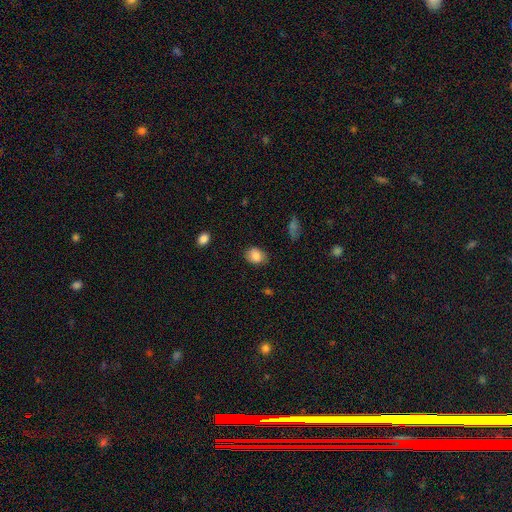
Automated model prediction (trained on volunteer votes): The model was most divided on "how rounded": in between: 61%, round: 38%, cigar-shaped: 1%. More confident: smooth or featured — smooth (84%); merging — none (77%).